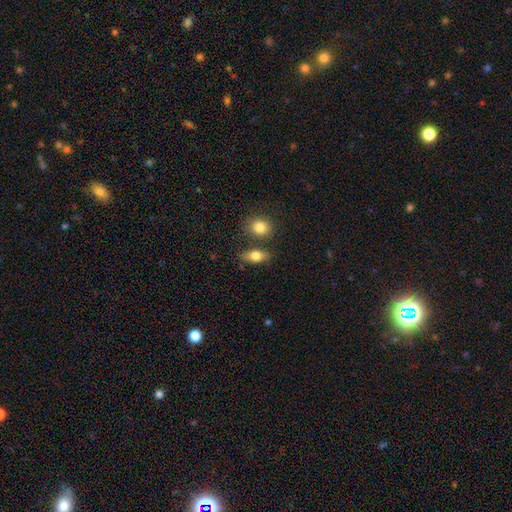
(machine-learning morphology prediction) The model was most divided on "merging": none: 71%, minor disturbance: 13%, merger: 13%, major disturbance: 4%. More confident: how rounded — in between (79%); smooth or featured — smooth (78%).